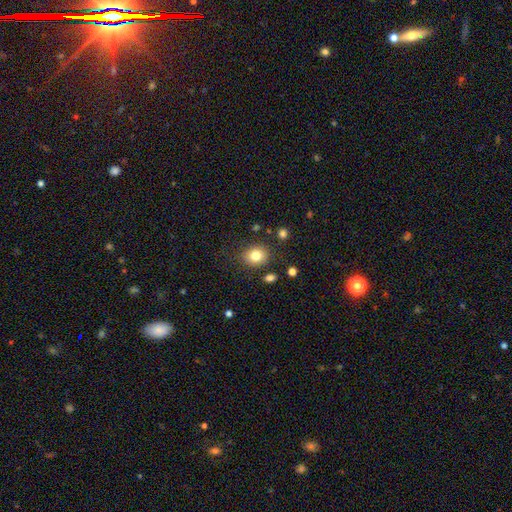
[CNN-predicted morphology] Smooth or featured? smooth (81%)
How rounded? round (73%)
Merging? none (83%)